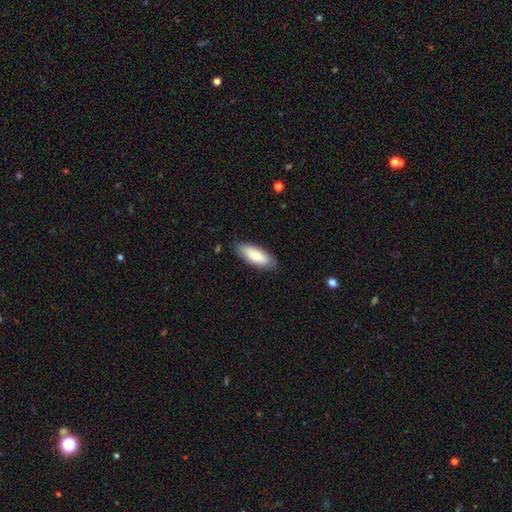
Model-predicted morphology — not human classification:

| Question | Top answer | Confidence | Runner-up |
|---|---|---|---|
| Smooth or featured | smooth | 82% | featured or disk (13%) |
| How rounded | in between | 74% | cigar-shaped (24%) |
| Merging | none | 84% | minor disturbance (13%) |